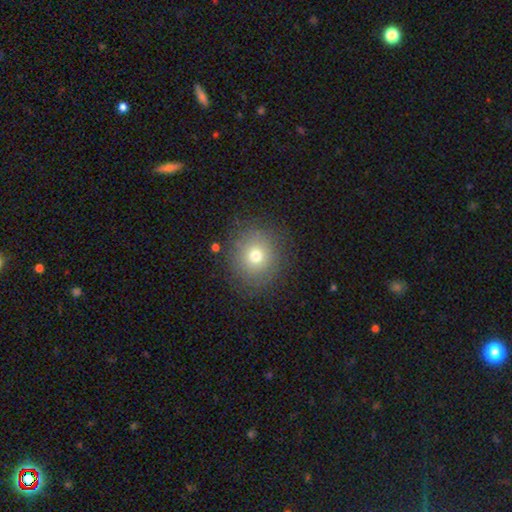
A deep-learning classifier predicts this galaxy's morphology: This is likely a smooth galaxy (70%). How rounded: clearly round (85%). Merging: clearly none (84%).